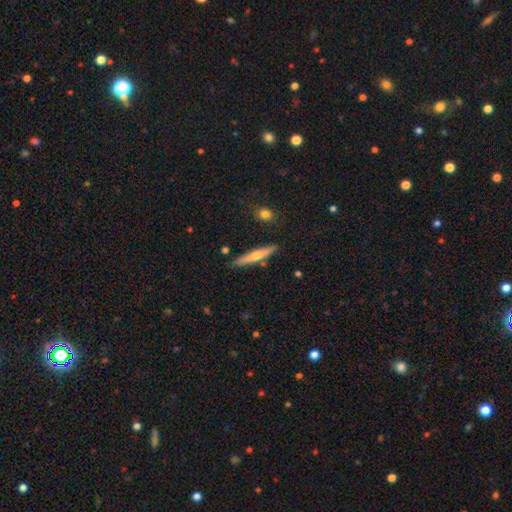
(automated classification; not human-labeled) Smooth or featured? Predicted: featured or disk (p=0.51). Edge-on disk? Predicted: yes (p=0.94). Merging? Predicted: none (p=0.86).